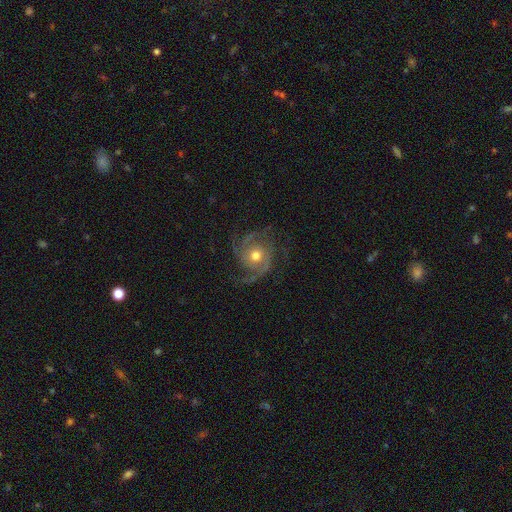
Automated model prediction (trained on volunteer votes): A featured or disk galaxy (85%) with no bar (79%), 3 (37%) medium (46%) spiral arms (96%) and a moderate central bulge (74%). Merging: none (66%).